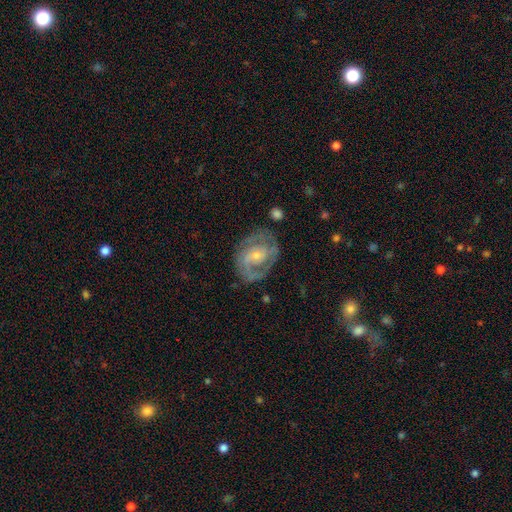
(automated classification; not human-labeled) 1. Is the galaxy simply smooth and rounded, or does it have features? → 80% featured or disk, 14% smooth, 6% star or artifact.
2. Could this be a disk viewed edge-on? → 97% no, 3% yes.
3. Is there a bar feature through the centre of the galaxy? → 52% no, 37% weak, 11% strong.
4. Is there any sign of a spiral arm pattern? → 88% yes, 12% no.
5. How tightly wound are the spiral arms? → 46% tight, 41% medium, 13% loose.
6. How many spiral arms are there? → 62% 2, 19% can't tell, 8% 3, 8% 1, 2% 4, 2% more than 4.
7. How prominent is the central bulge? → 62% small, 32% moderate, 3% none, 2% large, 1% dominant.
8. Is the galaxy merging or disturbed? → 70% none, 18% minor disturbance, 10% major disturbance, 2% merger.